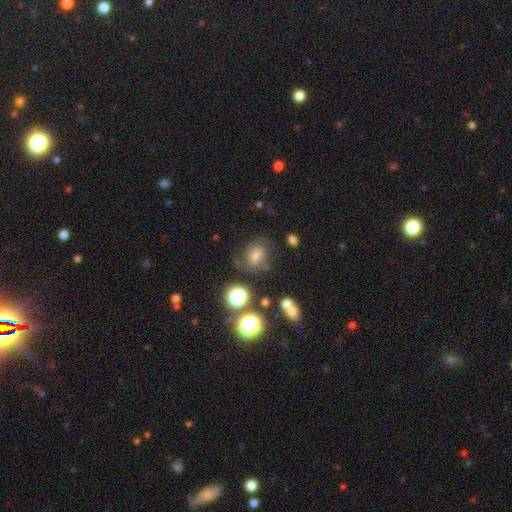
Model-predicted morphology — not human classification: smooth_or_featured: smooth (p=0.58) [alt: star or artifact p=0.23]
how_rounded: in between (p=0.50) [alt: round p=0.48]
merging: none (p=0.67) [alt: minor disturbance p=0.19]